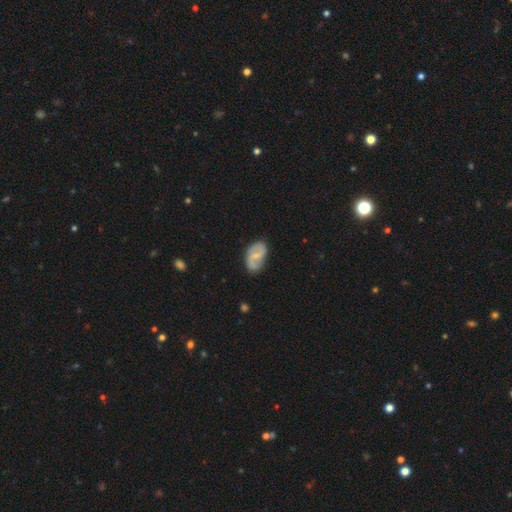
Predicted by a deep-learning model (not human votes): A featured or disk galaxy (65%) with a weak bar (51%), 2 (83%) medium (43%) spiral arms (86%) and a small central bulge (57%).

Vote fractions:
- Smooth or featured? featured or disk: 65% / smooth: 29% / star or artifact: 6%
- Edge-on disk? no: 97% / yes: 3%
- Bar? weak: 51% / no: 36% / strong: 13%
- Spiral arms? yes: 86% / no: 14%
- Spiral winding? medium: 43% / loose: 36% / tight: 20%
- Spiral arm count? 2: 83% / can't tell: 10% / 1: 4% / 3: 1% / 4: 1% / more than 4: 1%
- Bulge size? small: 57% / moderate: 33% / none: 8% / large: 1% / dominant: 1%
- Merging? none: 69% / minor disturbance: 23% / major disturbance: 6% / merger: 2%